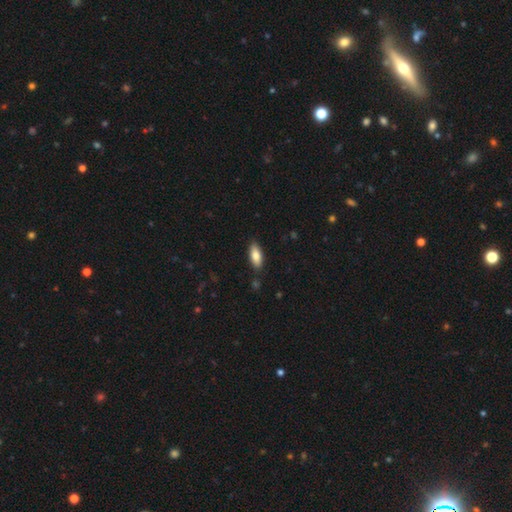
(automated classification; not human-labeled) Morphology: type=smooth (83%); roundness=in between (81%); merging=none (86%).